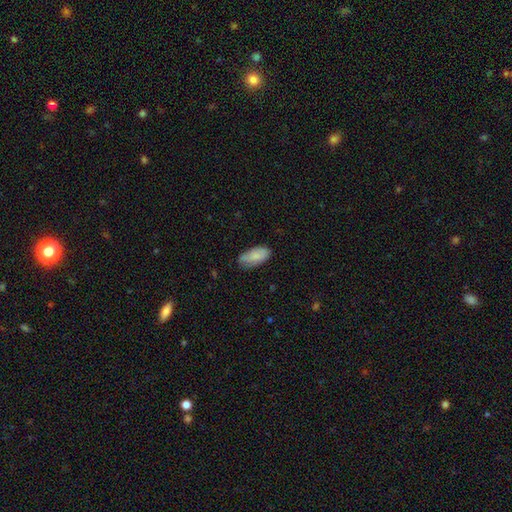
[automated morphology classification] Smooth or featured?
  - smooth: 84% *
  - featured or disk: 10%
  - star or artifact: 6%
How rounded?
  - in between: 92% *
  - cigar-shaped: 6%
  - round: 2%
Merging?
  - none: 69% *
  - minor disturbance: 25%
  - major disturbance: 4%
  - merger: 1%